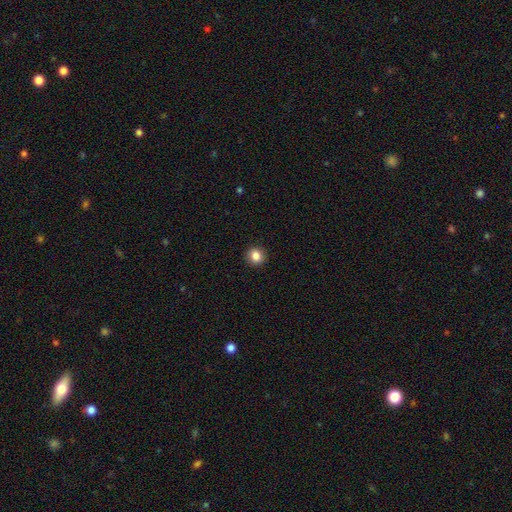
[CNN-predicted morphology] A smooth galaxy with no disk features (85%) that is round (90%). Merging: none (92%).